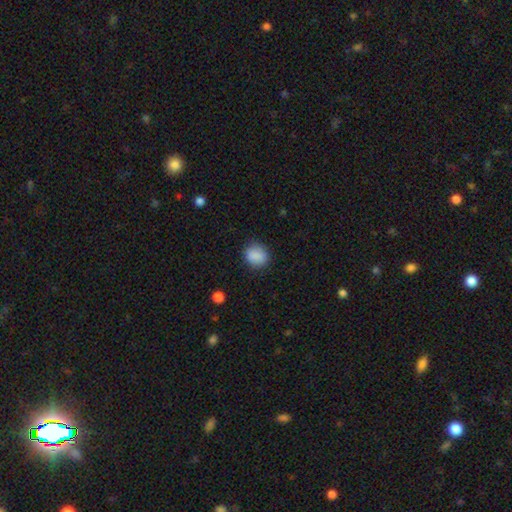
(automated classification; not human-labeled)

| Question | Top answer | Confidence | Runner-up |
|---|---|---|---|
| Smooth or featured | smooth | 87% | star or artifact (8%) |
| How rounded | round | 63% | in between (36%) |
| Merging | none | 84% | minor disturbance (12%) |